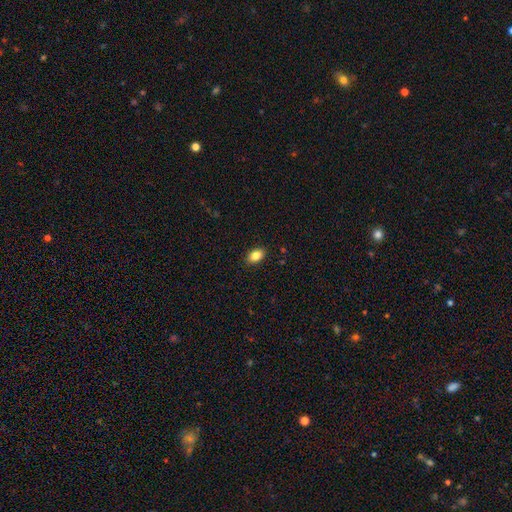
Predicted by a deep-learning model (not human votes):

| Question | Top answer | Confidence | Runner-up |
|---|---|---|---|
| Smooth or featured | smooth | 85% | star or artifact (9%) |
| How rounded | in between | 85% | round (13%) |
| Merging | none | 89% | minor disturbance (8%) |